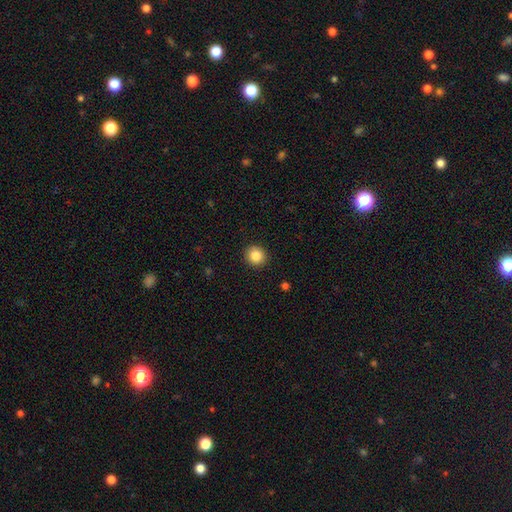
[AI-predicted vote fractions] The model was most divided on "smooth or featured": smooth: 85%, star or artifact: 10%, featured or disk: 5%. More confident: merging — none (92%); how rounded — round (92%).